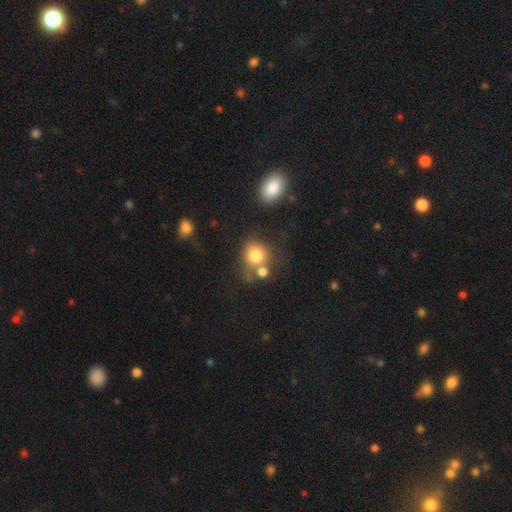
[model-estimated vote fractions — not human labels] Smooth or featured?
  - smooth: 77% *
  - star or artifact: 12%
  - featured or disk: 11%
How rounded?
  - round: 80% *
  - in between: 19%
  - cigar-shaped: 1%
Merging?
  - none: 48% *
  - merger: 30%
  - minor disturbance: 14%
  - major disturbance: 7%